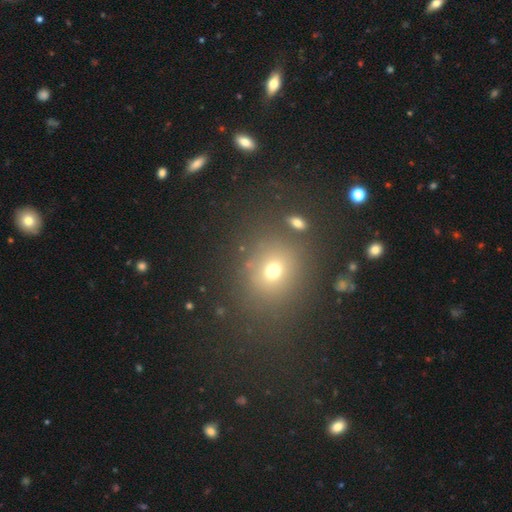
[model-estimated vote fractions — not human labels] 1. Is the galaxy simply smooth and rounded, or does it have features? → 54% smooth, 37% star or artifact, 9% featured or disk.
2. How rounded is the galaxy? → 71% round, 27% in between, 1% cigar-shaped.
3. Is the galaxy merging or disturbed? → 84% none, 9% minor disturbance, 4% major disturbance, 3% merger.